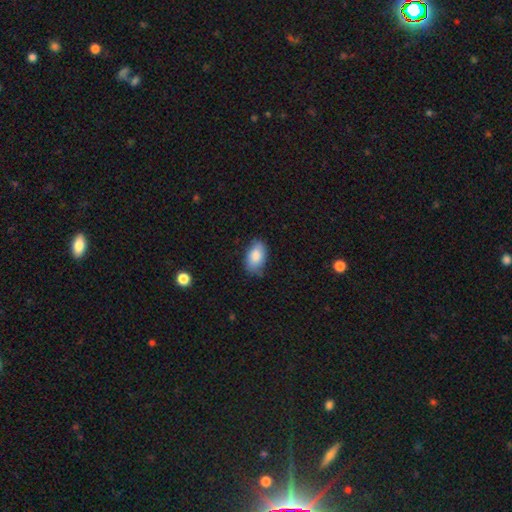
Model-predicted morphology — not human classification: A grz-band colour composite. It shows a smooth galaxy with no disk features (85%) that is in between round and cigar-shaped (93%). Merging: none (75%).